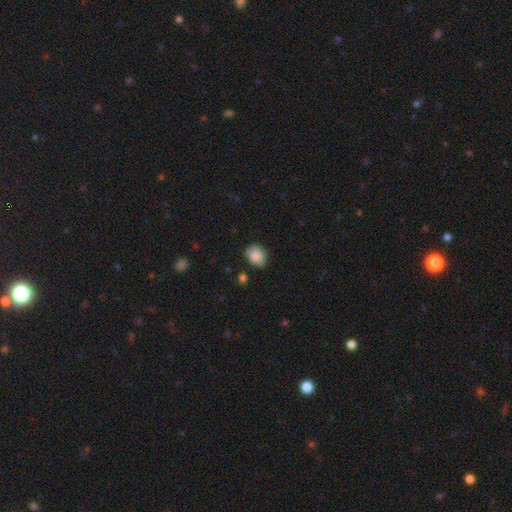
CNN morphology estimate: This is clearly a smooth galaxy (86%). How rounded: possibly round (51%). Merging: likely none (71%).